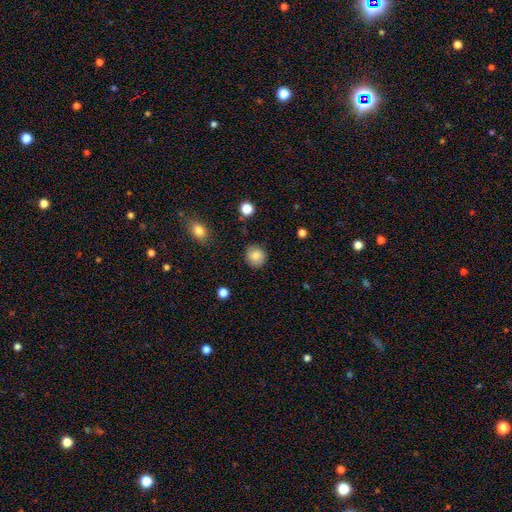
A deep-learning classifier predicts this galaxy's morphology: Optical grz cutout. It shows a smooth galaxy with no disk features (82%) that is round (87%). Merging: none (87%).